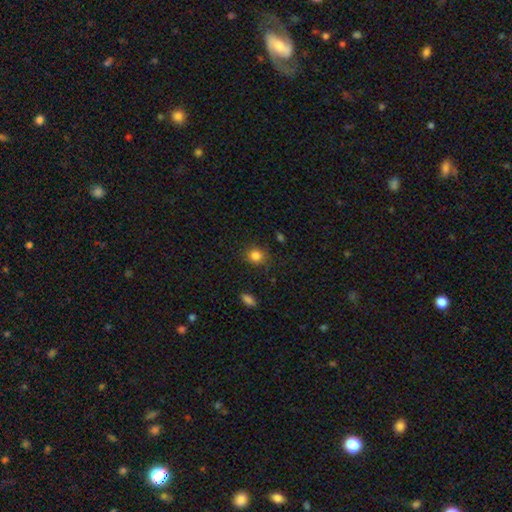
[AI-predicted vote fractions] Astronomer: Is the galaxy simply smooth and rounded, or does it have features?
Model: smooth — 84%.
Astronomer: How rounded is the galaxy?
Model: round — 77%.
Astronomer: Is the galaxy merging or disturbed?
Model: none — 81%.